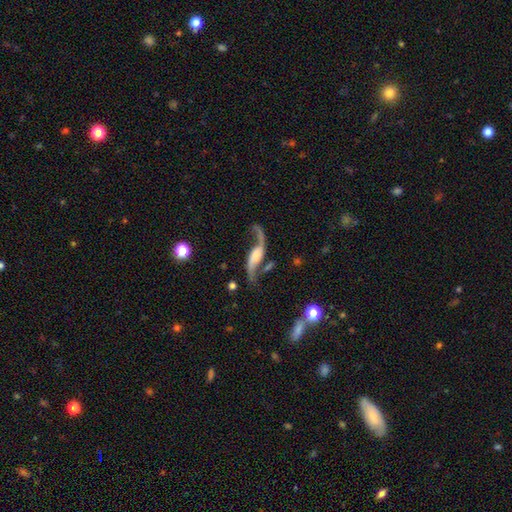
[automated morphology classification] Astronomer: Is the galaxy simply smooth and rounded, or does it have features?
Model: featured or disk — 86%.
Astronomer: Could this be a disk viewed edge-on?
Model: no — 91%.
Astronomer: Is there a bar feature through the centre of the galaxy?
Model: no — 47% (runner-up: weak, 31%).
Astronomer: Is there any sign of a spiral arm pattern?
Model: yes — 96%.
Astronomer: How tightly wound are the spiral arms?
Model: loose — 93%.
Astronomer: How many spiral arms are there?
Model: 2 — 93%.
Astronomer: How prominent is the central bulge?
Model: none — 36% (runner-up: small, 21%).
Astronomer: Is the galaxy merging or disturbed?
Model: none — 65%.